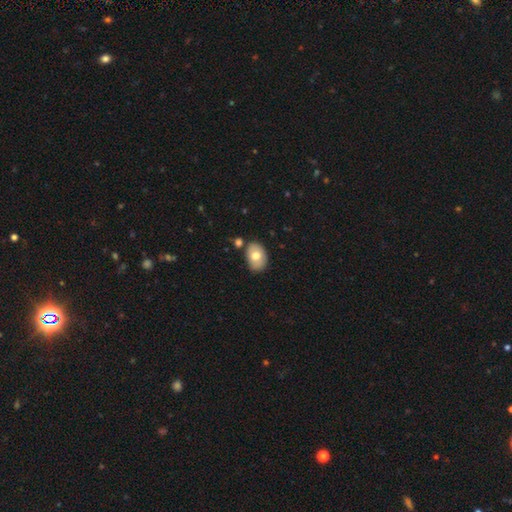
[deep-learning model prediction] This is likely a smooth galaxy (73%). How rounded: clearly in between (83%). Merging: likely none (75%).